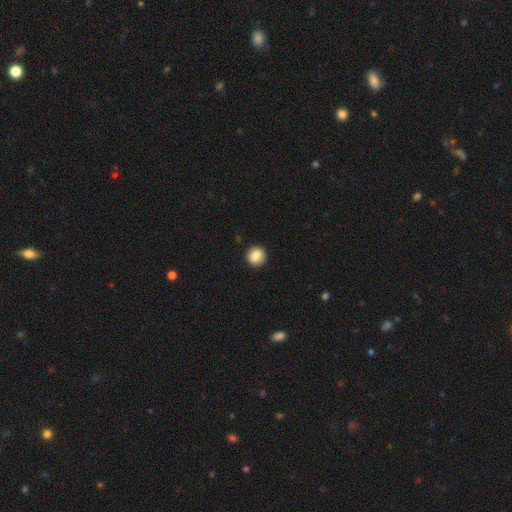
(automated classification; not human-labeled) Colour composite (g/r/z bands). It shows a smooth galaxy with no disk features (84%) that is round (89%). Merging: none (91%).